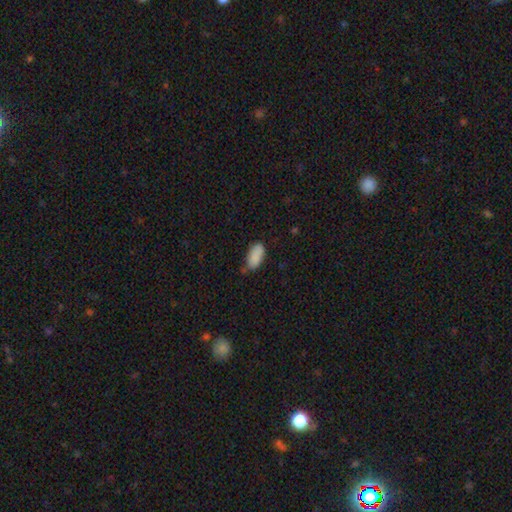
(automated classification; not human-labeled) A smooth galaxy with no disk features (88%) that is in between round and cigar-shaped (92%). Merging: none (64%).